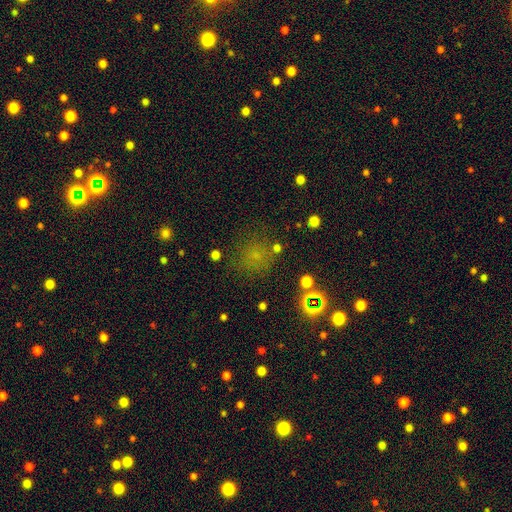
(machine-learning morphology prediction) The model was most divided on "smooth or featured": smooth: 55%, star or artifact: 35%, featured or disk: 10%. More confident: how rounded — round (86%); merging — none (75%).